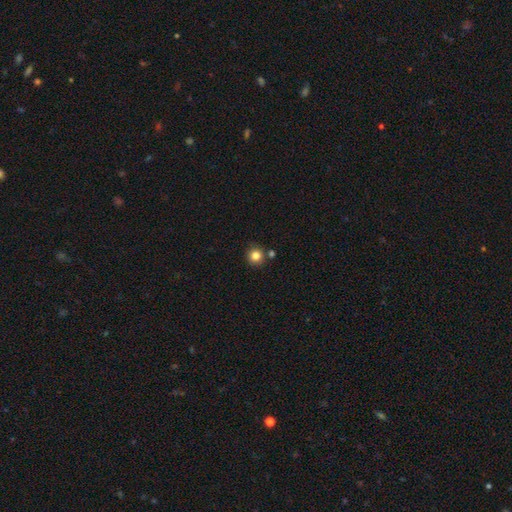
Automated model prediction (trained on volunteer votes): The model was most divided on "smooth or featured": smooth: 83%, star or artifact: 12%, featured or disk: 5%. More confident: how rounded — round (93%); merging — none (82%).